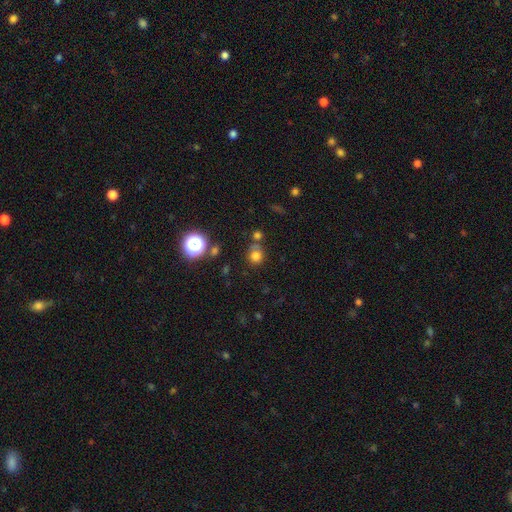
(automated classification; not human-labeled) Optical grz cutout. It shows a smooth galaxy with no disk features (75%) that is round (84%). Merging: none (67%).